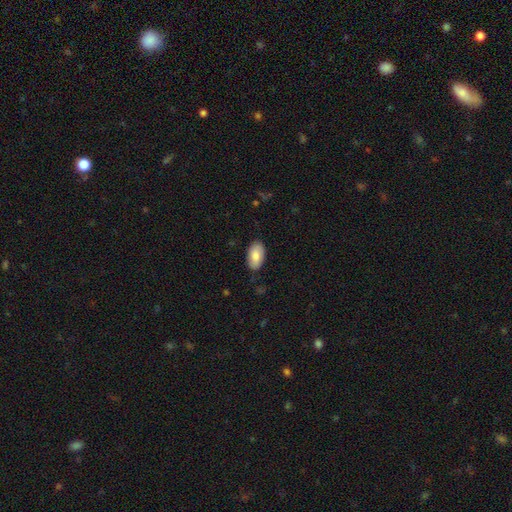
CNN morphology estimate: Smooth or featured? smooth (82%)
How rounded? in between (95%)
Merging? none (86%)